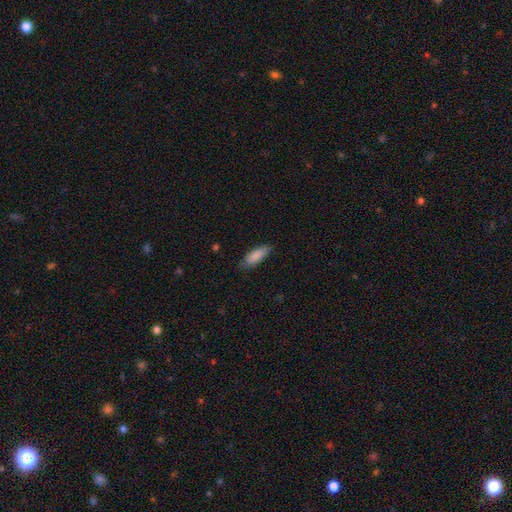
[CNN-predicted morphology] smooth-or-featured: smooth: 87% | featured or disk: 7% | star or artifact: 6%
  how-rounded: in between: 63% | cigar-shaped: 36% | round: 2%
  merging: none: 80% | minor disturbance: 16% | major disturbance: 3% | merger: 1%